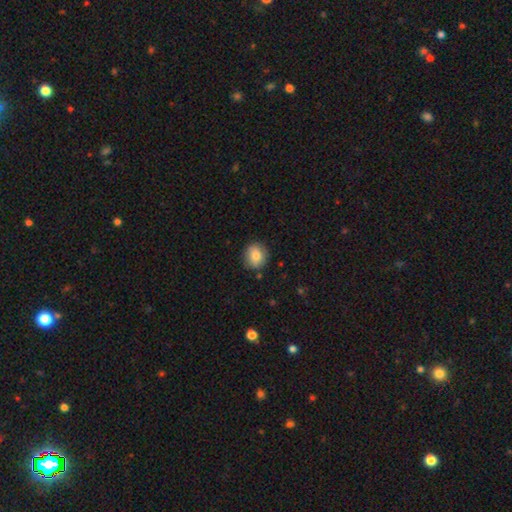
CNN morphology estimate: This appears to be a smooth galaxy with no disk features (81%) that is round (76%). Merging: none (85%).